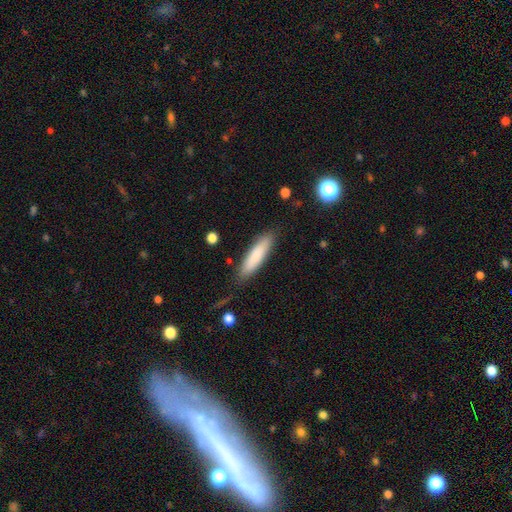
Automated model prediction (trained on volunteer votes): Morphology: type=smooth (82%); roundness=cigar-shaped (74%); merging=none (81%).